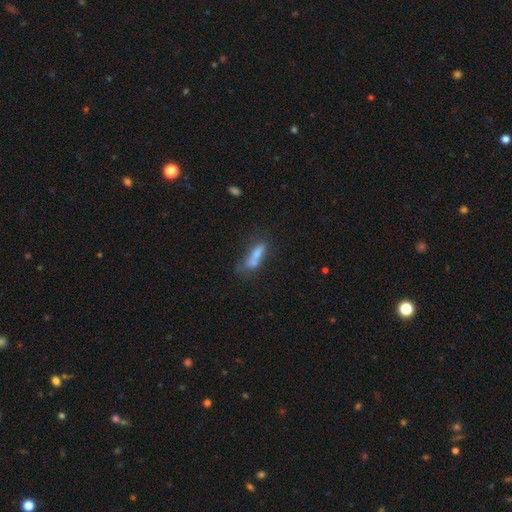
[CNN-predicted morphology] smooth 65%, featured or disk 25%, star or artifact 10%. Down the decision tree: how rounded — cigar-shaped (55%); merging — none (38%).